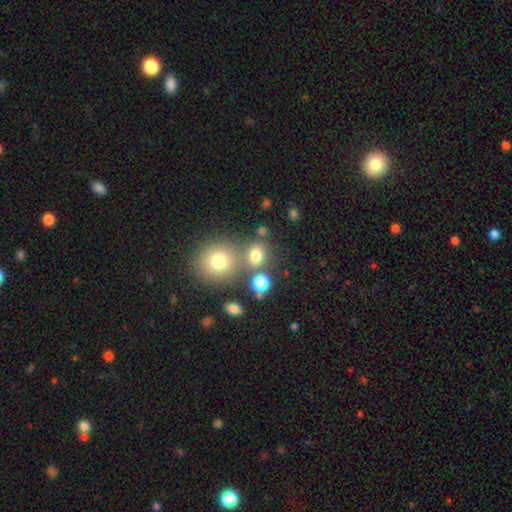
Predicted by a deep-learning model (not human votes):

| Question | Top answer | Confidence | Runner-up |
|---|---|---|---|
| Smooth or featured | smooth | 75% | star or artifact (16%) |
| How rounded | round | 69% | in between (30%) |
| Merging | none | 58% | merger (27%) |